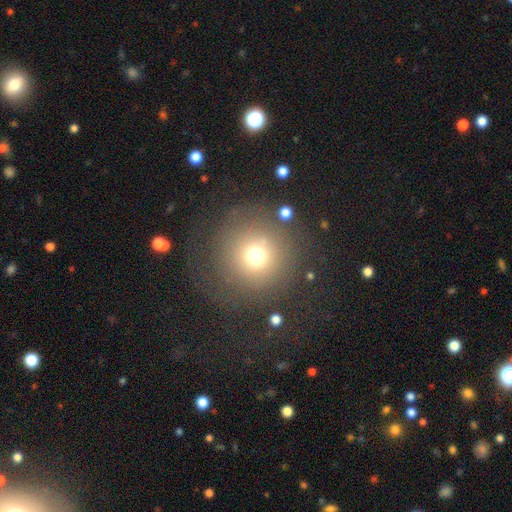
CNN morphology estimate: Smooth or featured: smooth — 70% (star or artifact — 18%)
How rounded: round — 95% (in between — 4%)
Merging: none — 78% (minor disturbance — 10%)